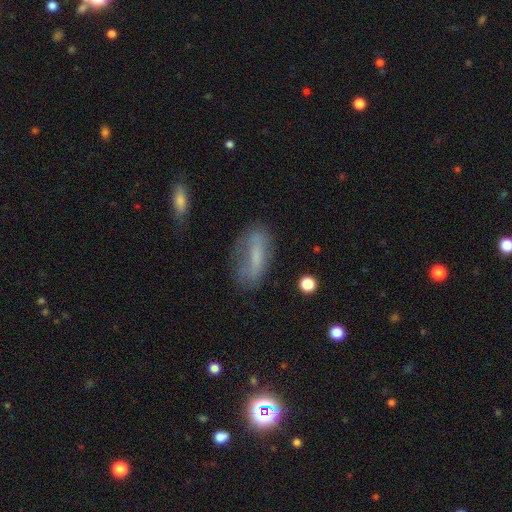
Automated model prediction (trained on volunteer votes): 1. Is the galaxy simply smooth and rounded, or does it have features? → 58% smooth, 32% featured or disk, 10% star or artifact.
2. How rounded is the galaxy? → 67% in between, 30% cigar-shaped, 3% round.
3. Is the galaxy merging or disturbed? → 61% none, 24% minor disturbance, 12% major disturbance, 3% merger.